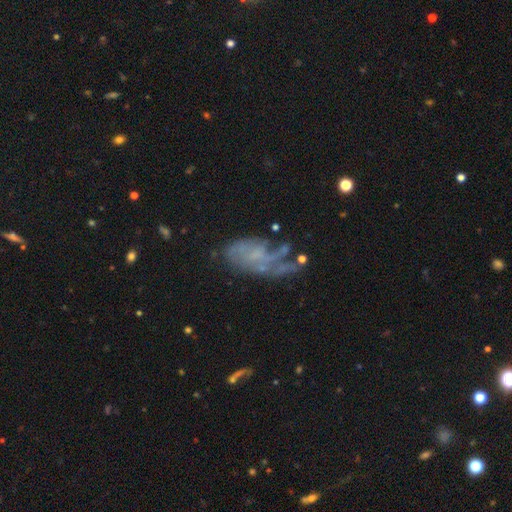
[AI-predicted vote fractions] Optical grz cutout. It shows a featured or disk galaxy (63%) with no bar (79%), spiral arms (53%) and no central bulge (69%). Merging: major disturbance (38%).